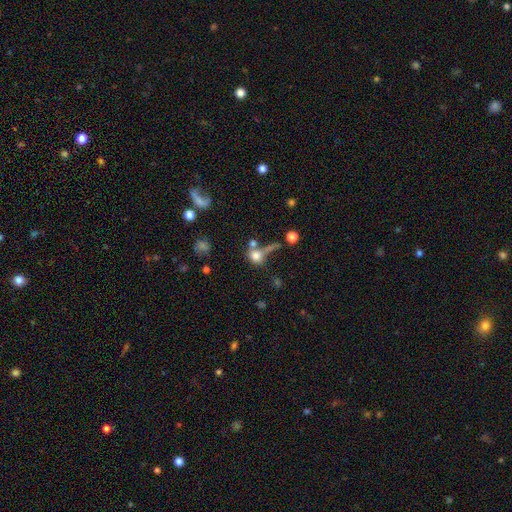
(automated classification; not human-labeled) A smooth galaxy with no disk features (73%) that is round (73%). Merging: none (38%).